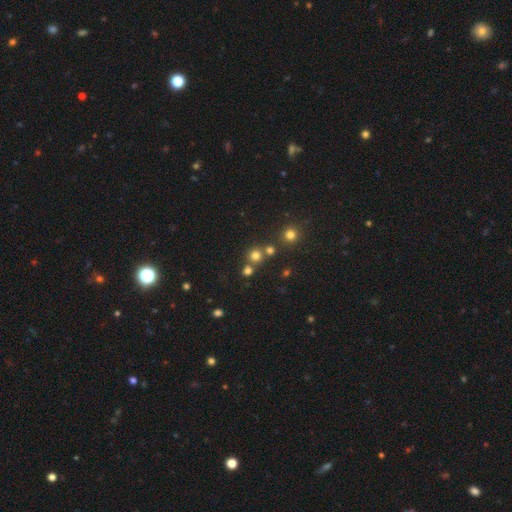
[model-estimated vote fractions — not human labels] This appears to be a smooth galaxy with no disk features (72%) that is round (91%). Merging: none (69%).